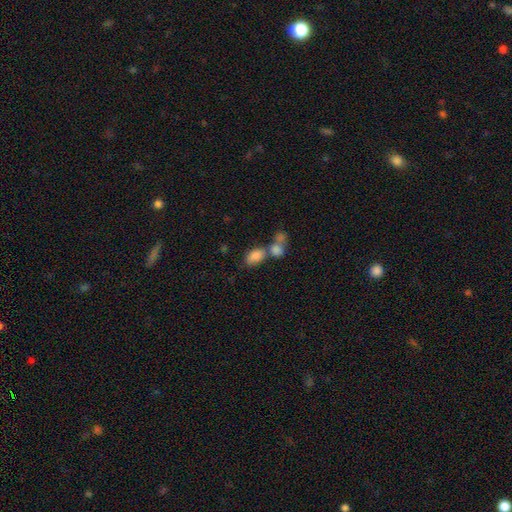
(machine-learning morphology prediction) Overall: smooth (82%). How rounded: in between (86%). Merging: merger (55%; none 30%).